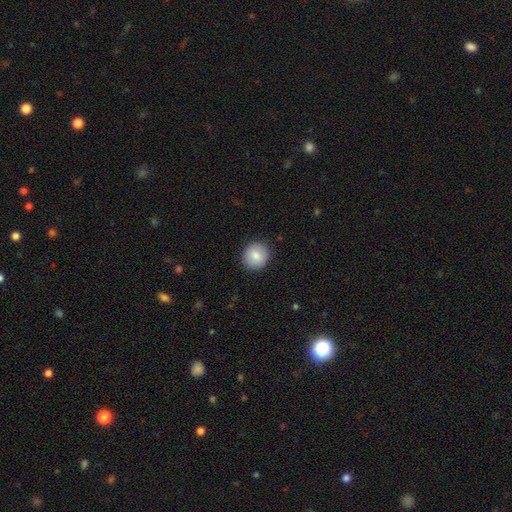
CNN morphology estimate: smooth_or_featured: smooth (p=0.85) [alt: featured or disk p=0.08]
how_rounded: round (p=0.89) [alt: in between p=0.10]
merging: none (p=0.90) [alt: minor disturbance p=0.07]